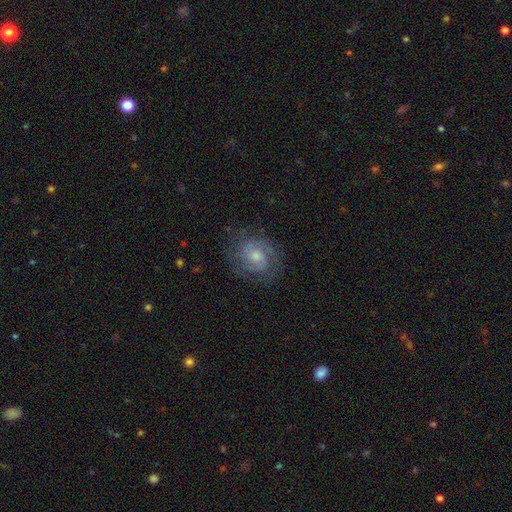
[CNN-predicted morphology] Smooth or featured?
  - featured or disk: 74% *
  - smooth: 16%
  - star or artifact: 9%
Edge-on disk?
  - no: 98% *
  - yes: 2%
Bar?
  - no: 63% *
  - weak: 32%
  - strong: 5%
Spiral arms?
  - yes: 94% *
  - no: 6%
Spiral winding?
  - tight: 54% *
  - medium: 37%
  - loose: 8%
Spiral arm count?
  - 2: 67% *
  - can't tell: 17%
  - 3: 8%
  - 1: 3%
  - 4: 3%
  - more than 4: 2%
Bulge size?
  - moderate: 51% *
  - small: 36%
  - large: 7%
  - none: 4%
  - dominant: 1%
Merging?
  - none: 78% *
  - minor disturbance: 14%
  - major disturbance: 7%
  - merger: 1%